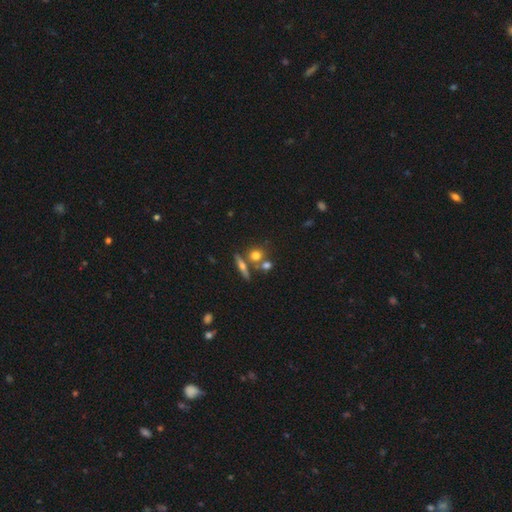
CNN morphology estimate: Smooth or featured?
  - smooth: 63% *
  - featured or disk: 23%
  - star or artifact: 13%
How rounded?
  - round: 74% *
  - in between: 19%
  - cigar-shaped: 7%
Merging?
  - none: 60% *
  - merger: 27%
  - minor disturbance: 9%
  - major disturbance: 4%